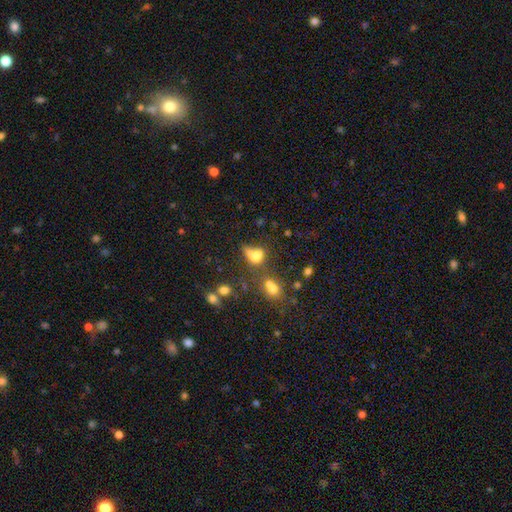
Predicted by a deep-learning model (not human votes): Smooth or featured? smooth (70%)
How rounded? in between (60%)
Merging? merger (34%)